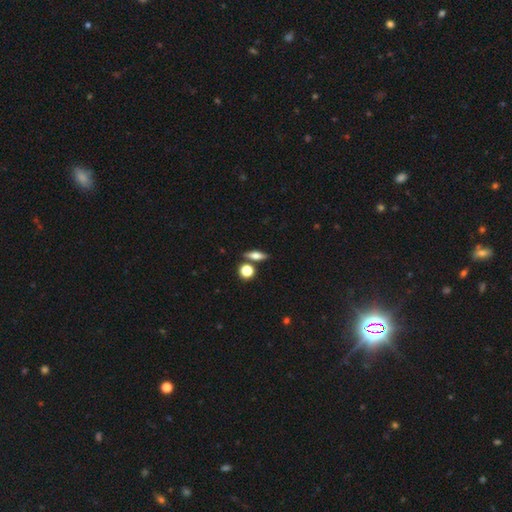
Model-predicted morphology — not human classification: This is possibly a smooth galaxy (52%). How rounded: marginally cigar-shaped (43%). Merging: likely none (78%).